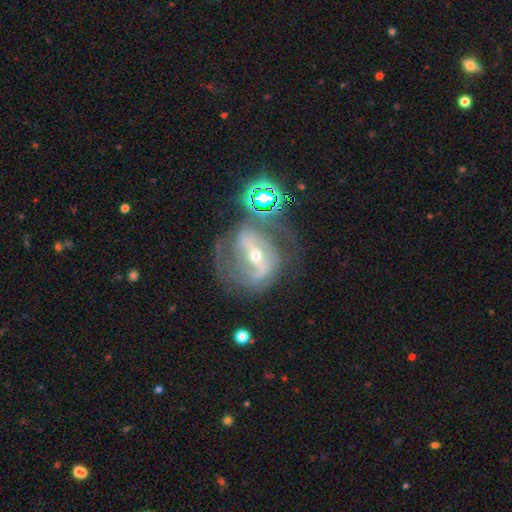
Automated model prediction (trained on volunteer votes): The model was most divided on "spiral winding": medium: 45%, tight: 31%, loose: 25%. More confident: edge-on disk — no (95%); spiral arms — yes (85%); smooth or featured — featured or disk (83%); spiral arm count — 2 (68%); bar — strong (61%); bulge size — small (56%); merging — none (56%).